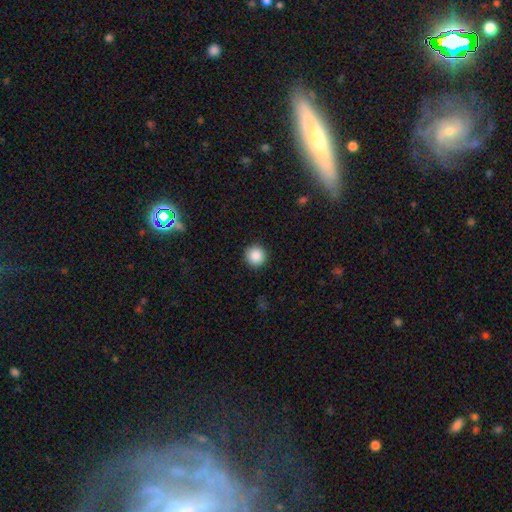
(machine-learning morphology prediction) smooth_or_featured: smooth (p=0.88) [alt: star or artifact p=0.09]
how_rounded: round (p=0.95) [alt: in between p=0.04]
merging: none (p=0.92) [alt: minor disturbance p=0.05]